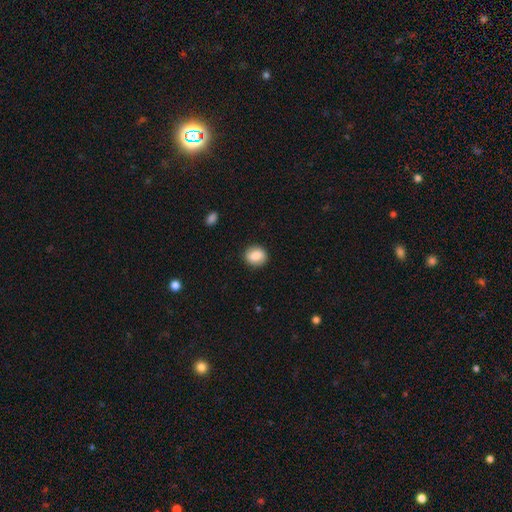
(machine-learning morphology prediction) This appears to be a smooth galaxy with no disk features (79%) that is round (73%). Merging: none (88%).